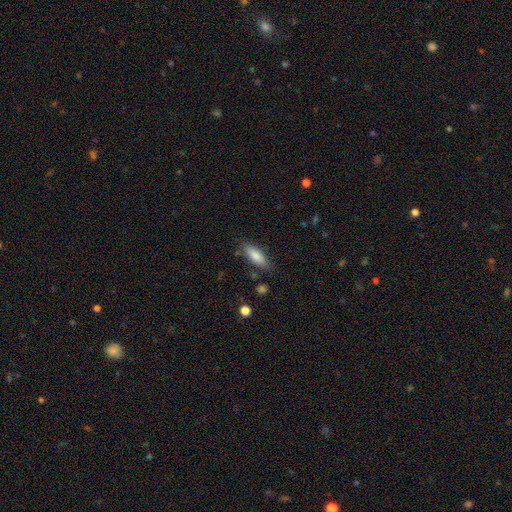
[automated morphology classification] The model was most divided on "how rounded": in between: 54%, cigar-shaped: 44%, round: 2%. More confident: merging — none (80%); smooth or featured — smooth (77%).